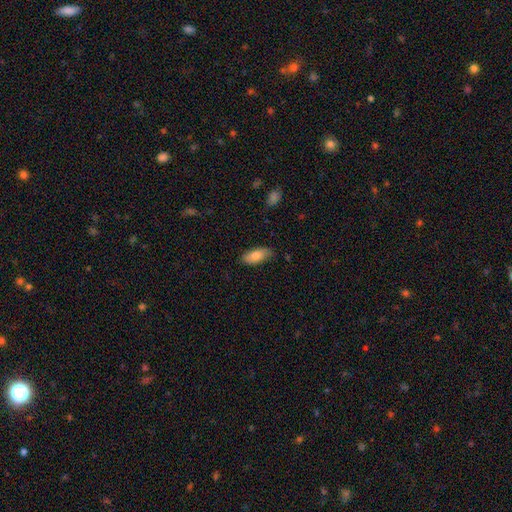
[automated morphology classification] Overall: smooth (83%). How rounded: in between (87%). Merging: none (81%).